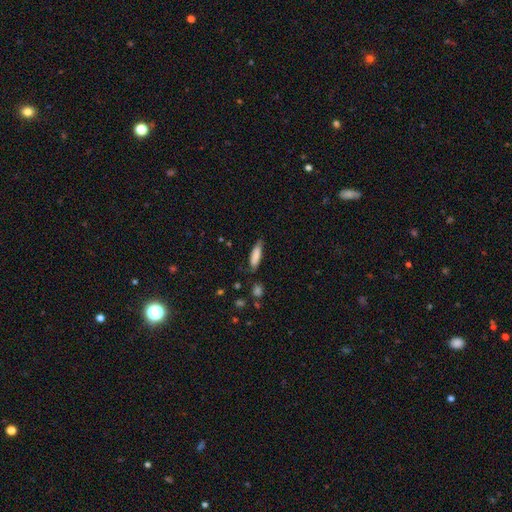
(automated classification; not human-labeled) Smooth or featured: smooth — 82% (featured or disk — 11%)
How rounded: cigar-shaped — 57% (in between — 41%)
Merging: none — 70% (minor disturbance — 23%)